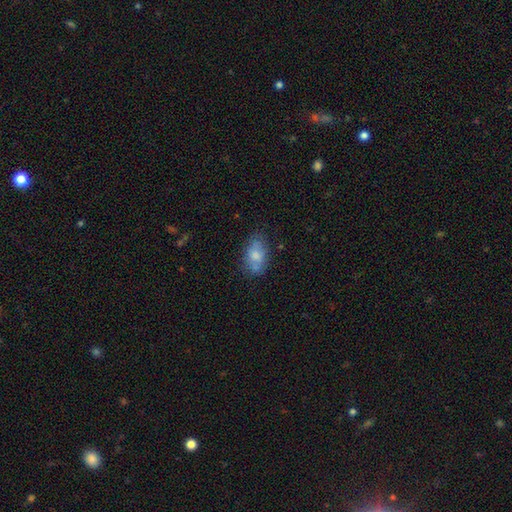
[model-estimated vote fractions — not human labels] Smooth or featured?
  - smooth: 67% *
  - featured or disk: 25%
  - star or artifact: 8%
How rounded?
  - in between: 89% *
  - round: 8%
  - cigar-shaped: 3%
Merging?
  - none: 57% *
  - minor disturbance: 24%
  - merger: 10%
  - major disturbance: 9%